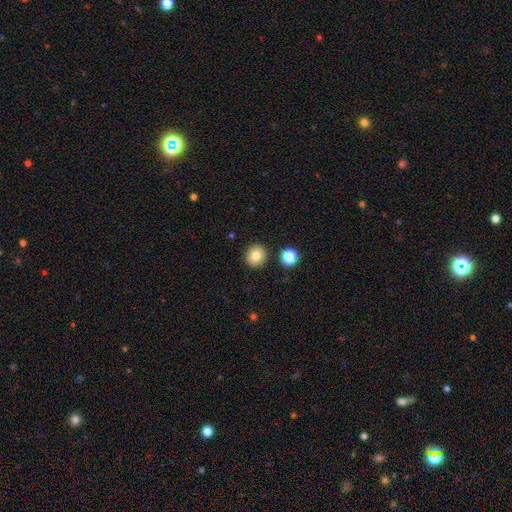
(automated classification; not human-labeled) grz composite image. It shows a smooth galaxy with no disk features (81%) that is round (89%). Merging: none (89%).